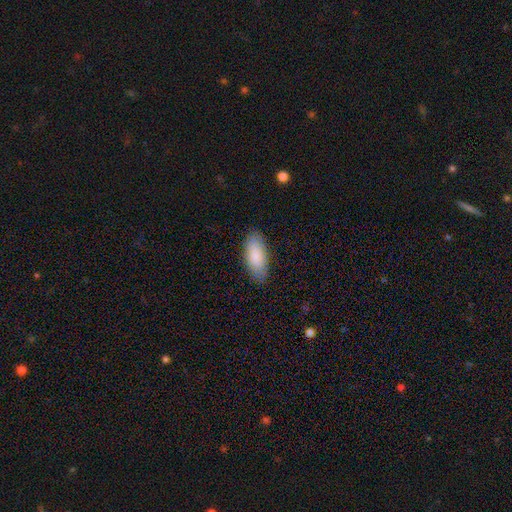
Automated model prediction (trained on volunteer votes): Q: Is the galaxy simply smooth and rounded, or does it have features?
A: smooth — 87%.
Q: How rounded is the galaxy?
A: in between — 80%.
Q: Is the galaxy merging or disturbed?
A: none — 86%.